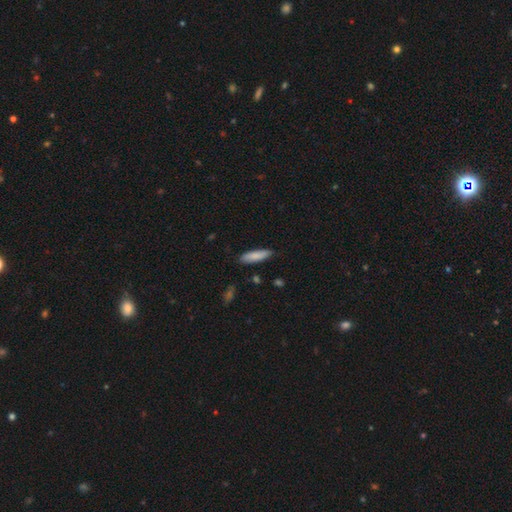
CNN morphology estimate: The model was most divided on "how rounded": cigar-shaped: 61%, in between: 37%, round: 1%. More confident: merging — none (85%); smooth or featured — smooth (84%).